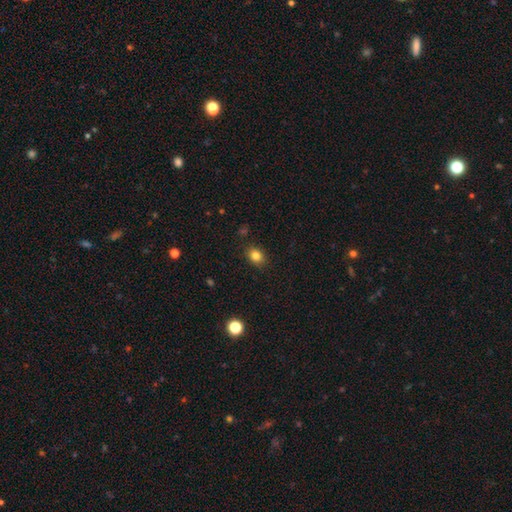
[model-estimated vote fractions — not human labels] Smooth or featured?
  - smooth: 82% *
  - star or artifact: 11%
  - featured or disk: 6%
How rounded?
  - in between: 53% *
  - round: 46%
  - cigar-shaped: 1%
Merging?
  - none: 87% *
  - minor disturbance: 9%
  - major disturbance: 2%
  - merger: 1%